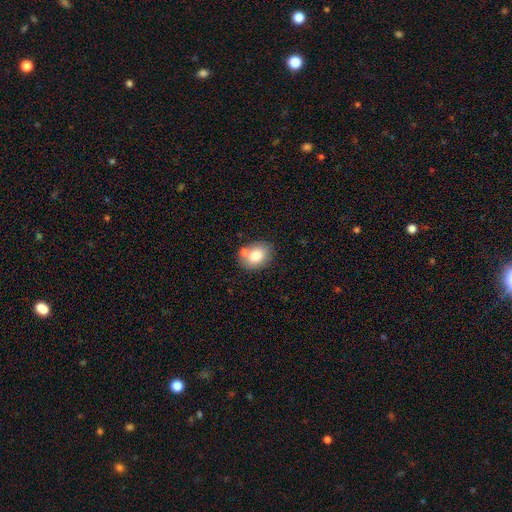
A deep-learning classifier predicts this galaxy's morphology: Smooth or featured?
  - smooth: 79% *
  - featured or disk: 13%
  - star or artifact: 9%
How rounded?
  - in between: 65% *
  - round: 34%
  - cigar-shaped: 1%
Merging?
  - none: 64% *
  - merger: 18%
  - minor disturbance: 14%
  - major disturbance: 4%